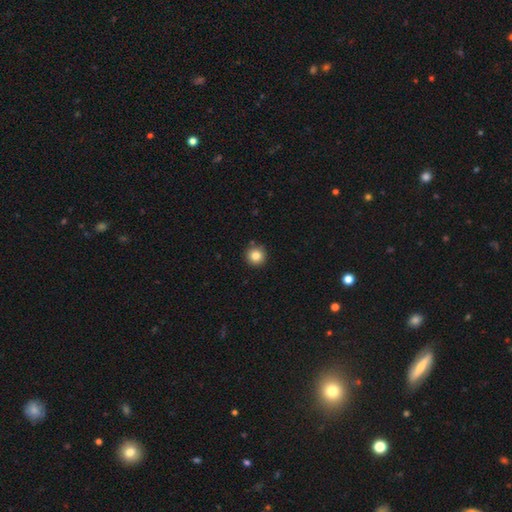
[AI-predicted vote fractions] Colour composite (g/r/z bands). It shows a smooth galaxy with no disk features (83%) that is round (96%). Merging: none (90%).